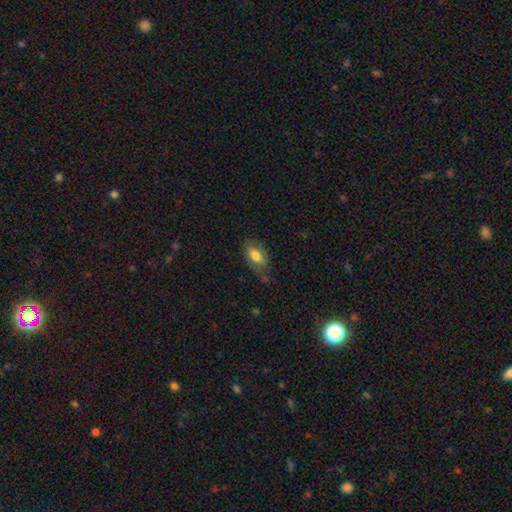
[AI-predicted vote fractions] smooth_or_featured: smooth (p=0.77) [alt: featured or disk p=0.16]
how_rounded: in between (p=0.90) [alt: round p=0.07]
merging: none (p=0.63) [alt: minor disturbance p=0.26]